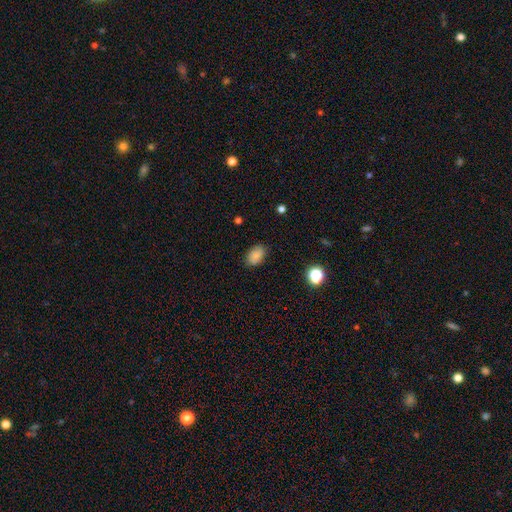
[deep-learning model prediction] A smooth galaxy with no disk features (81%) that is in between round and cigar-shaped (85%). Merging: none (81%).